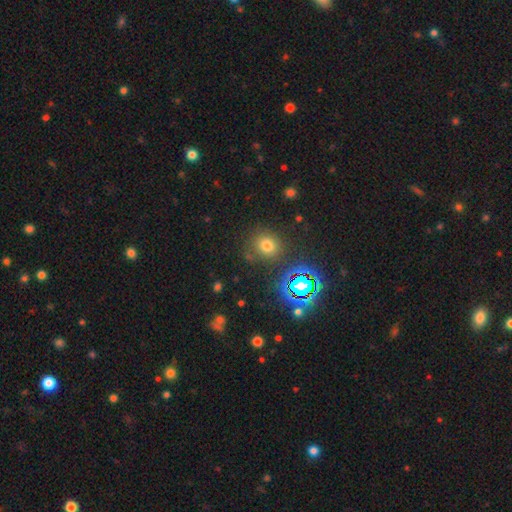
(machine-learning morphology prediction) Smooth or featured?
  - star or artifact: 51% *
  - smooth: 41%
  - featured or disk: 8%